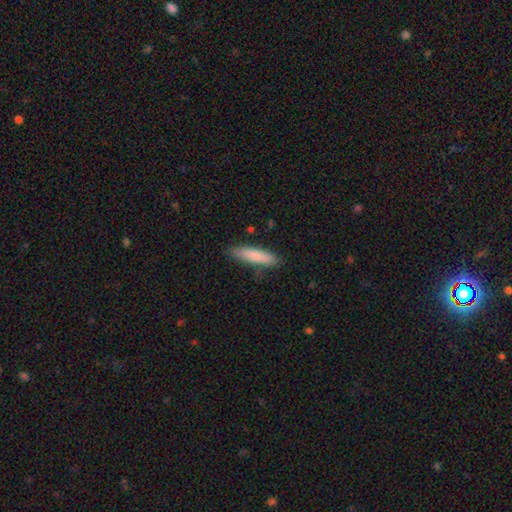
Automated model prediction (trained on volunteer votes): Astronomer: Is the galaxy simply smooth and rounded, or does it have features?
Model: smooth — 84%.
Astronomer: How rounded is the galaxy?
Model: cigar-shaped — 80%.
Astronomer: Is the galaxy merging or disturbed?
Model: none — 84%.